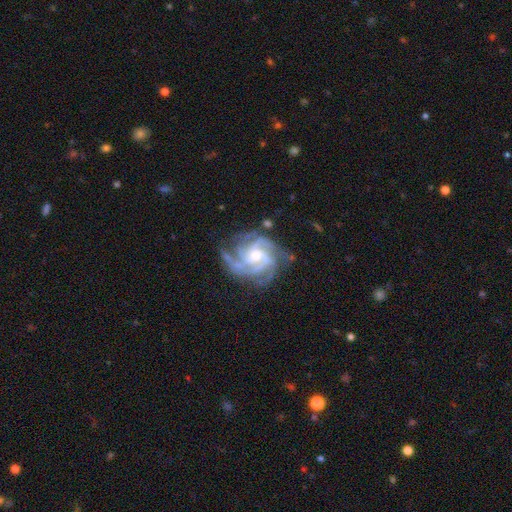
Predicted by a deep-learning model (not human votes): Q: Smooth or featured?
A: featured or disk (91%); runner-up: star or artifact (5%)
Q: Edge-on disk?
A: no (98%); runner-up: yes (2%)
Q: Bar?
A: no (54%); runner-up: weak (36%)
Q: Spiral arms?
A: yes (98%); runner-up: no (2%)
Q: Spiral winding?
A: tight (56%); runner-up: medium (38%)
Q: Spiral arm count?
A: 4 (34%); runner-up: 3 (32%)
Q: Bulge size?
A: moderate (60%); runner-up: small (33%)
Q: Merging?
A: none (72%); runner-up: minor disturbance (18%)